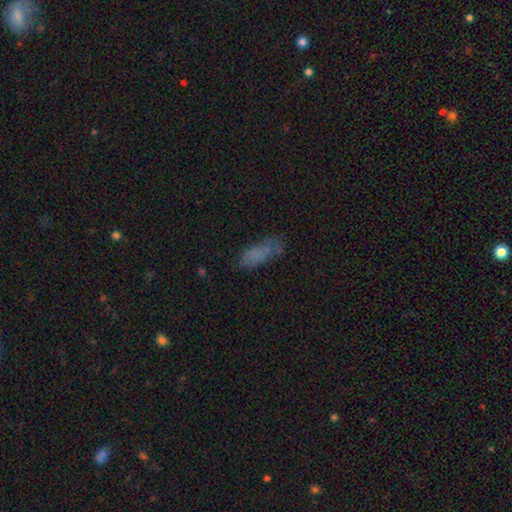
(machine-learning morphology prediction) smooth_or_featured: smooth (p=0.69) [alt: featured or disk p=0.18]
how_rounded: in between (p=0.70) [alt: cigar-shaped p=0.27]
merging: none (p=0.52) [alt: minor disturbance p=0.26]